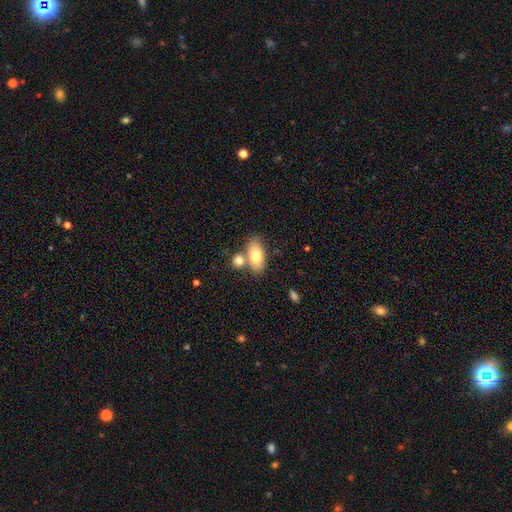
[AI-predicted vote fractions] Overall: smooth (74%). How rounded: in between (89%). Merging: none (59%; merger 27%).